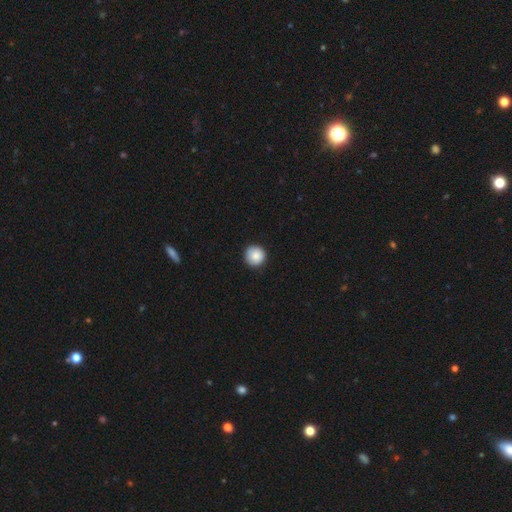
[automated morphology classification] smooth 84%, featured or disk 8%, star or artifact 8%. Down the decision tree: how rounded — round (95%); merging — none (89%).